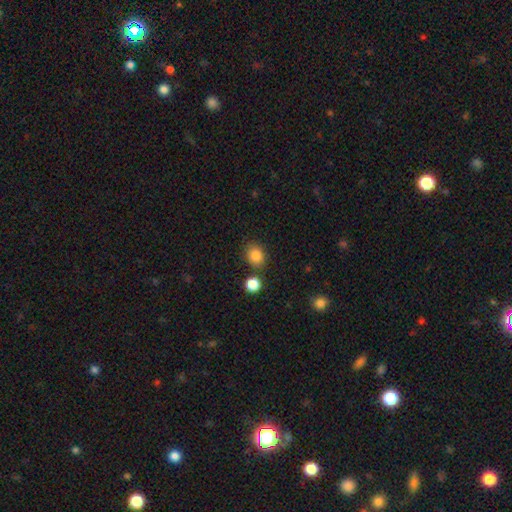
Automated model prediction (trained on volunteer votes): Smooth or featured? smooth (85%)
How rounded? round (55%)
Merging? none (77%)